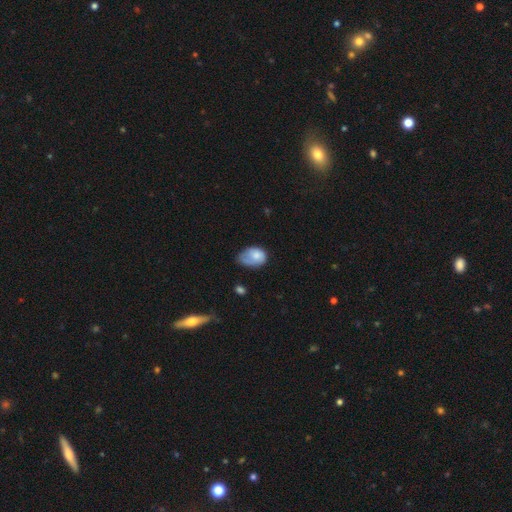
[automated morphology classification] Q: Smooth or featured?
A: smooth (73%); runner-up: featured or disk (19%)
Q: How rounded?
A: in between (80%); runner-up: round (19%)
Q: Merging?
A: minor disturbance (43%); runner-up: none (31%)